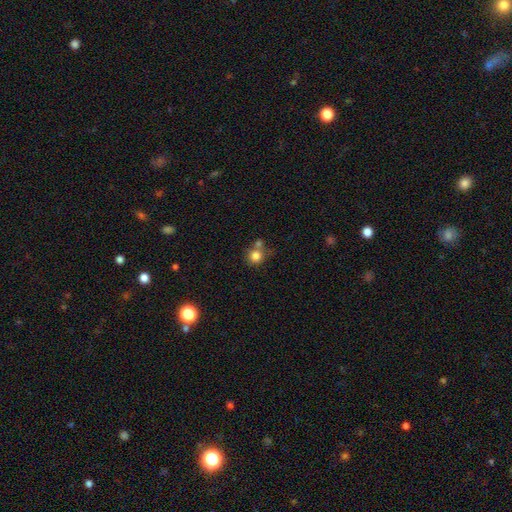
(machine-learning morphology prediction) A smooth galaxy with no disk features (81%) that is round (88%).

Vote fractions:
- Smooth or featured? smooth: 81% / star or artifact: 11% / featured or disk: 8%
- How rounded? round: 88% / in between: 11% / cigar-shaped: 1%
- Merging? none: 53% / merger: 30% / minor disturbance: 12% / major disturbance: 5%